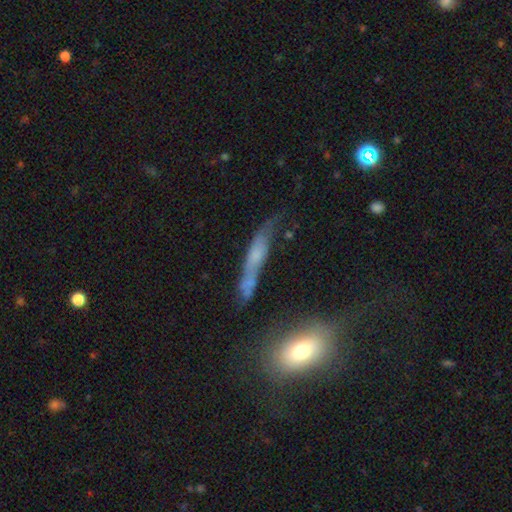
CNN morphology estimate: Smooth or featured: smooth — 46% (featured or disk — 43%)
Merging: none — 47% (minor disturbance — 25%)